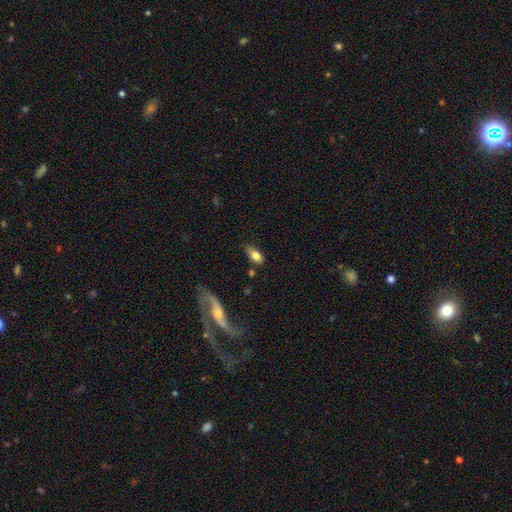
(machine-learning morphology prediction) This appears to be a smooth galaxy with no disk features (73%) that is in between round and cigar-shaped (84%). Merging: none (64%).